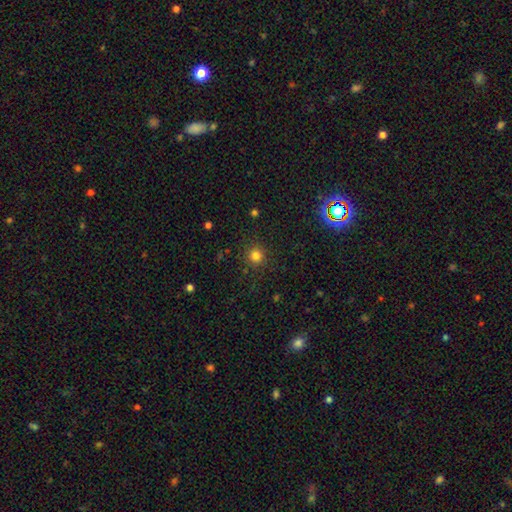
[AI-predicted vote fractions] Overall: smooth (80%). How rounded: round (95%). Merging: none (89%).